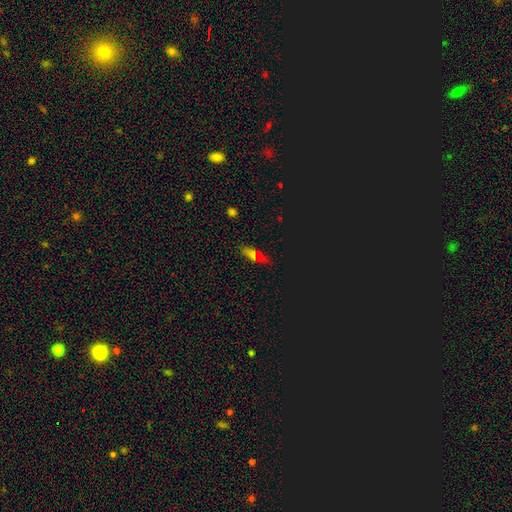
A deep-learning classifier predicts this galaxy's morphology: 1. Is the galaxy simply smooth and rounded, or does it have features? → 56% smooth, 28% star or artifact, 16% featured or disk.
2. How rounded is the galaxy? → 59% in between, 34% cigar-shaped, 7% round.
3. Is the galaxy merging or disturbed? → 83% none, 12% minor disturbance, 3% major disturbance, 2% merger.